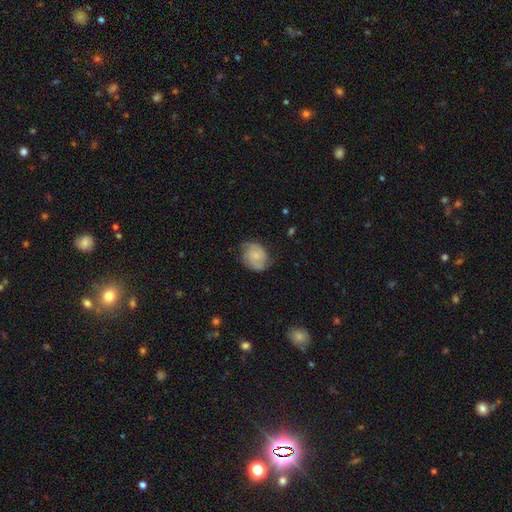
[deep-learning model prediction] Smooth or featured?
  - featured or disk: 48% *
  - smooth: 44%
  - star or artifact: 7%
Merging?
  - none: 66% *
  - minor disturbance: 25%
  - major disturbance: 8%
  - merger: 1%